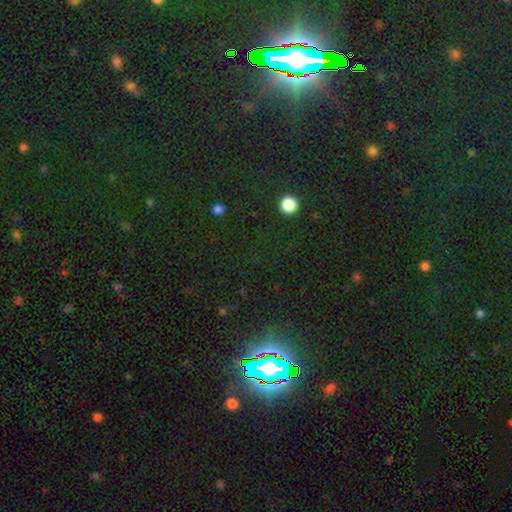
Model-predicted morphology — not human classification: This appears to be a star or artifact, not a galaxy (81%).